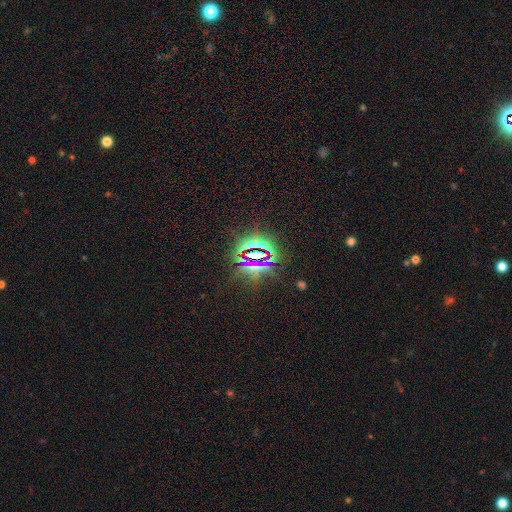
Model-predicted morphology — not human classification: Smooth or featured? Predicted: star or artifact (p=0.82).